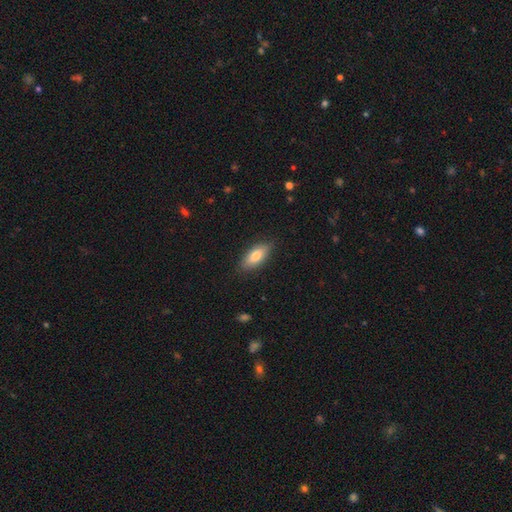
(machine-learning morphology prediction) The model was most divided on "smooth or featured": smooth: 76%, featured or disk: 18%, star or artifact: 6%. More confident: merging — none (84%); how rounded — in between (80%).